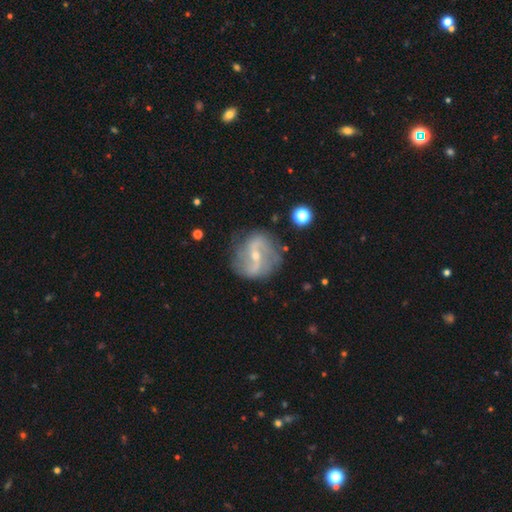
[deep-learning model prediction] smooth_or_featured: featured or disk (p=0.84) [alt: smooth p=0.10]
disk_edge_on: no (p=0.96) [alt: yes p=0.04]
bar: strong (p=0.42) [alt: weak p=0.37]
has_spiral_arms: yes (p=0.90) [alt: no p=0.10]
spiral_winding: loose (p=0.51) [alt: medium p=0.35]
spiral_arm_count: 2 (p=0.87) [alt: can't tell p=0.06]
bulge_size: small (p=0.65) [alt: moderate p=0.32]
merging: none (p=0.77) [alt: minor disturbance p=0.15]